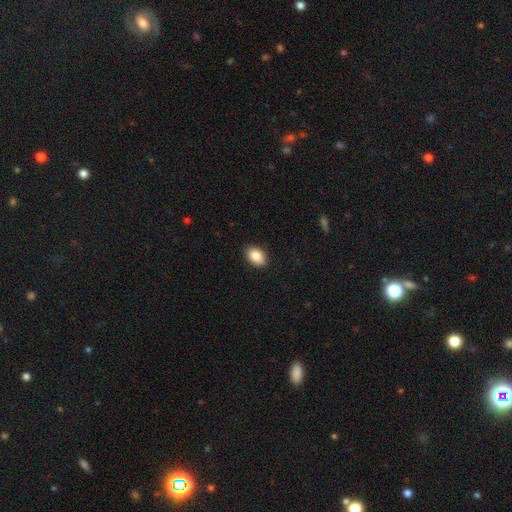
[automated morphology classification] smooth-or-featured: smooth: 86% | star or artifact: 7% | featured or disk: 6%
  how-rounded: in between: 84% | round: 15% | cigar-shaped: 1%
  merging: none: 89% | minor disturbance: 8% | major disturbance: 2% | merger: 1%